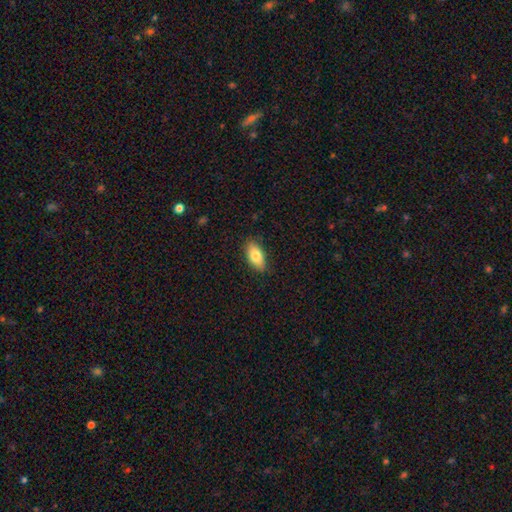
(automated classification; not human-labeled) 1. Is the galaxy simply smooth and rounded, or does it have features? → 81% smooth, 12% featured or disk, 7% star or artifact.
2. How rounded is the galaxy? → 90% in between, 7% cigar-shaped, 3% round.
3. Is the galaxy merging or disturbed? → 85% none, 12% minor disturbance, 2% major disturbance, 1% merger.